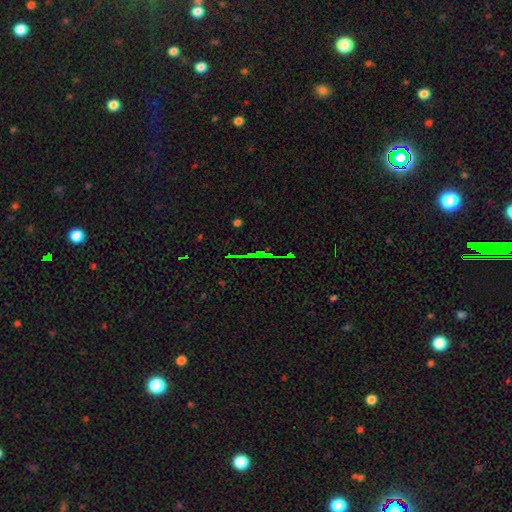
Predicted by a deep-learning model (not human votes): star or artifact 70%, smooth 17%, featured or disk 13%.